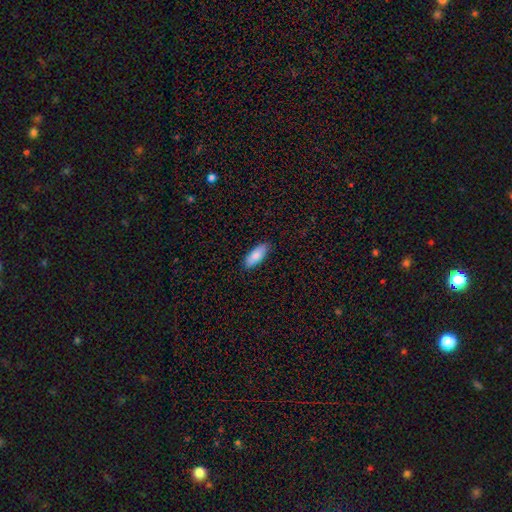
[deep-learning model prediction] The model was most divided on "how rounded": in between: 74%, cigar-shaped: 24%, round: 2%. More confident: merging — none (88%); smooth or featured — smooth (83%).